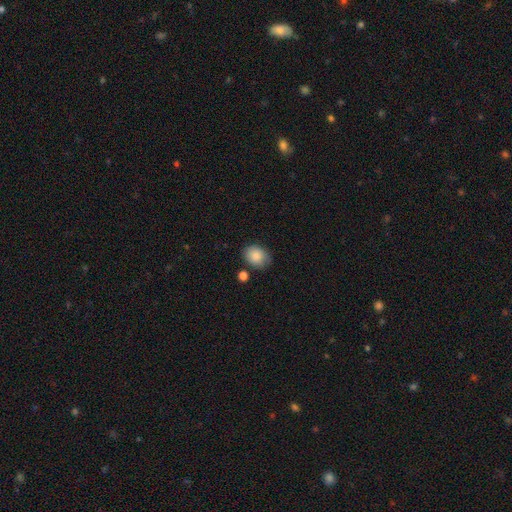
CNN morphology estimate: Smooth or featured?
  - smooth: 87% *
  - star or artifact: 8%
  - featured or disk: 6%
How rounded?
  - in between: 58% *
  - round: 41%
  - cigar-shaped: 1%
Merging?
  - none: 74% *
  - minor disturbance: 17%
  - merger: 5%
  - major disturbance: 4%